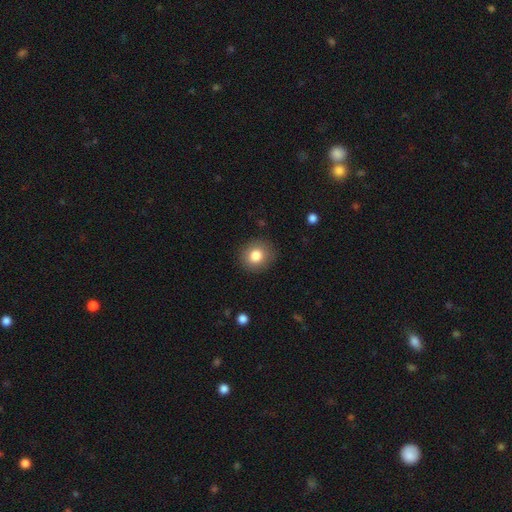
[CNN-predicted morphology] smooth_or_featured: smooth (p=0.82) [alt: star or artifact p=0.10]
how_rounded: round (p=0.85) [alt: in between p=0.14]
merging: none (p=0.88) [alt: minor disturbance p=0.08]